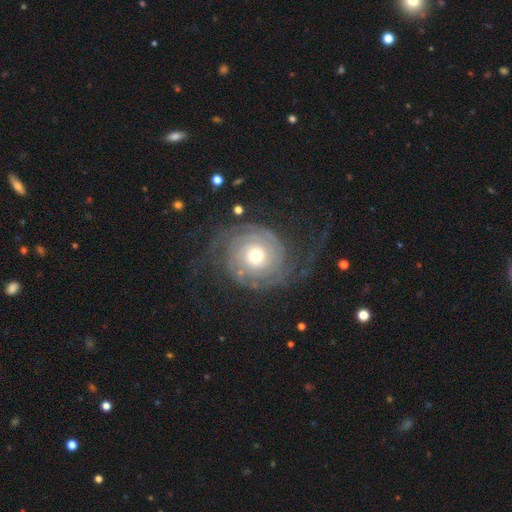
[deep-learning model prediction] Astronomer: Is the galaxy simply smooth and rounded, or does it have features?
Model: featured or disk — 87%.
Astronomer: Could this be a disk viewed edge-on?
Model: no — 97%.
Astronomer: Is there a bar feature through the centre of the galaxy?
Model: no — 79%.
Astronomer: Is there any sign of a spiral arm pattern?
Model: yes — 96%.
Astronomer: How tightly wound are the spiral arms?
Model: tight — 78%.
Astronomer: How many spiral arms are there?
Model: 2 — 36% (runner-up: can't tell, 25%).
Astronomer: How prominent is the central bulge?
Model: moderate — 64%.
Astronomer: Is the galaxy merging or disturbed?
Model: none — 71%.